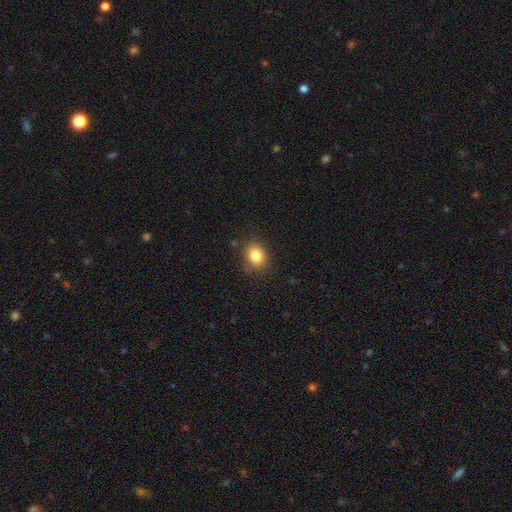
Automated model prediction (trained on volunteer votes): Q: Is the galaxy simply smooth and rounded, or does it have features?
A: smooth — 83%.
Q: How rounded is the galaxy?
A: round — 52%.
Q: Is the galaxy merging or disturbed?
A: none — 84%.